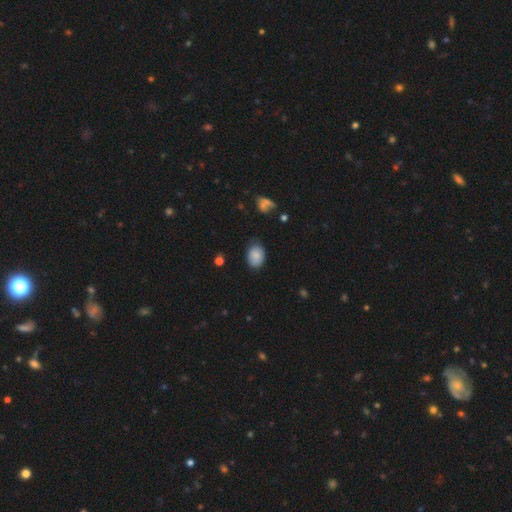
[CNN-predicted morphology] This is clearly a smooth galaxy (81%). How rounded: likely in between (73%). Merging: likely none (68%).